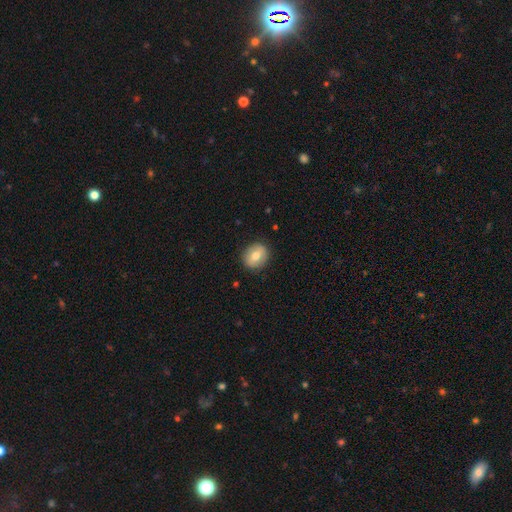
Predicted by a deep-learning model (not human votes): This appears to be a smooth galaxy with no disk features (69%) that is round (67%). Merging: none (87%).